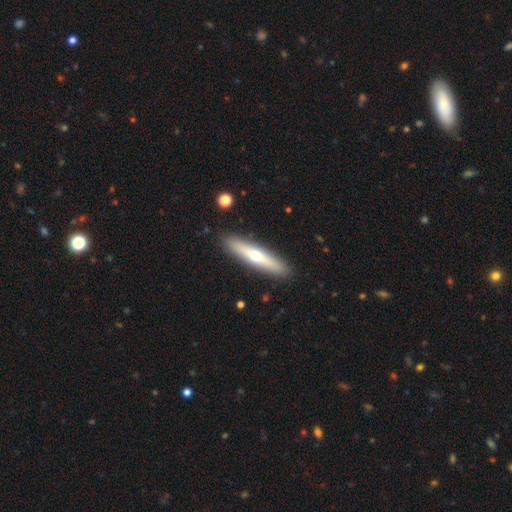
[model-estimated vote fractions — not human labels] smooth_or_featured: featured or disk (p=0.49) [alt: smooth p=0.45]
merging: none (p=0.91) [alt: minor disturbance p=0.07]